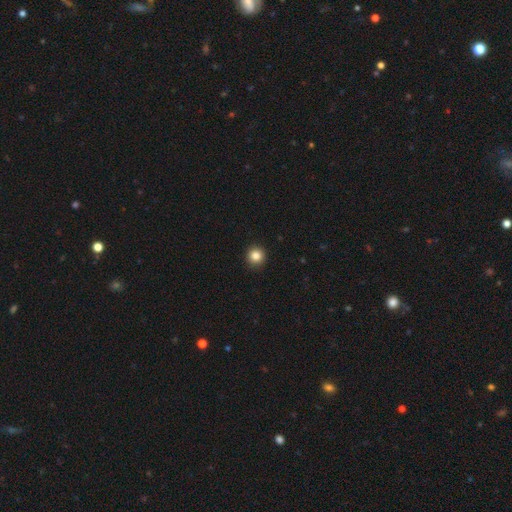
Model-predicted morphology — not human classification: smooth-or-featured: smooth: 85% | star or artifact: 11% | featured or disk: 4%
  how-rounded: round: 95% | in between: 4% | cigar-shaped: 1%
  merging: none: 93% | minor disturbance: 5% | major disturbance: 1% | merger: 1%